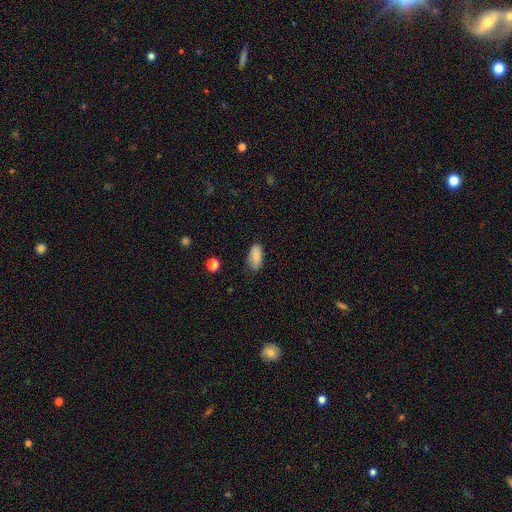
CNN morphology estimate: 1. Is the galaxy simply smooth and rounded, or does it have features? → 84% smooth, 8% featured or disk, 8% star or artifact.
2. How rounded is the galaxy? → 90% in between, 7% cigar-shaped, 3% round.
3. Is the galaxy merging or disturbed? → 80% none, 16% minor disturbance, 3% major disturbance, 1% merger.